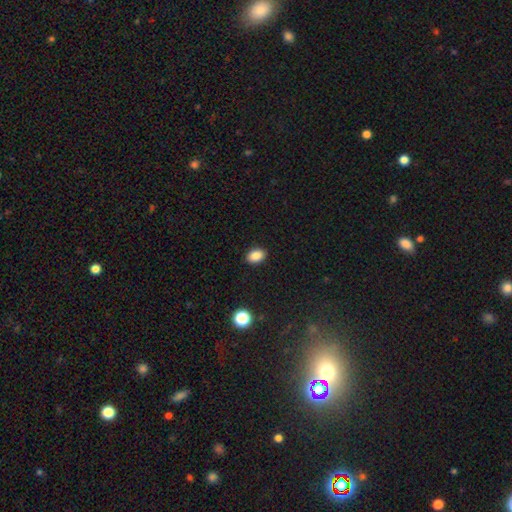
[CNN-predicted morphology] Smooth or featured: smooth — 86% (star or artifact — 10%)
How rounded: in between — 79% (round — 19%)
Merging: none — 90% (minor disturbance — 7%)